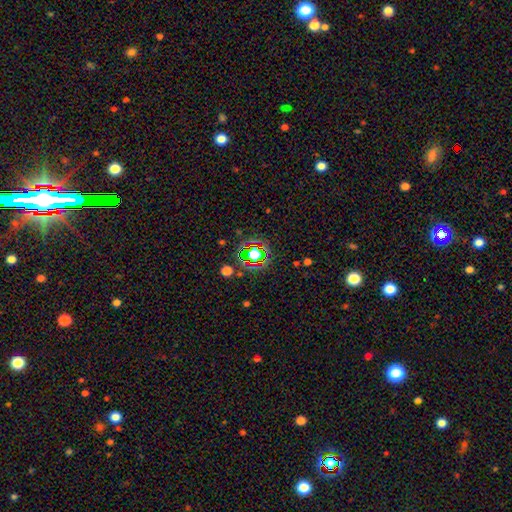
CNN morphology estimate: Smooth or featured? Predicted: star or artifact (p=0.61).